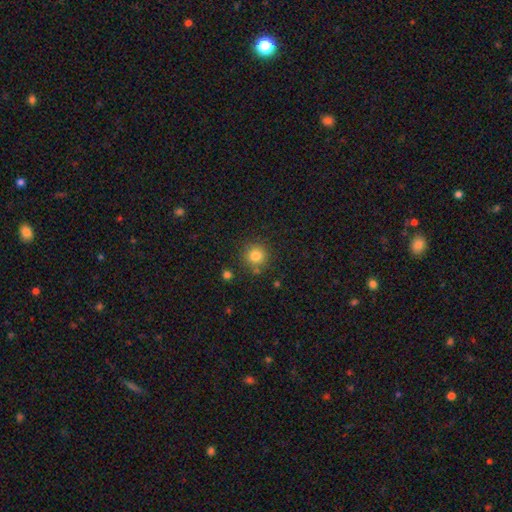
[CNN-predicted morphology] A smooth galaxy with no disk features (82%) that is round (94%). Merging: none (83%).